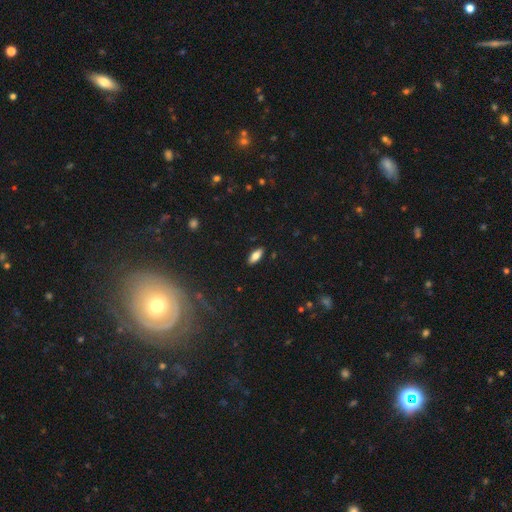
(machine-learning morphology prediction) A smooth galaxy with no disk features (77%) that is in between round and cigar-shaped (80%). Merging: none (89%).